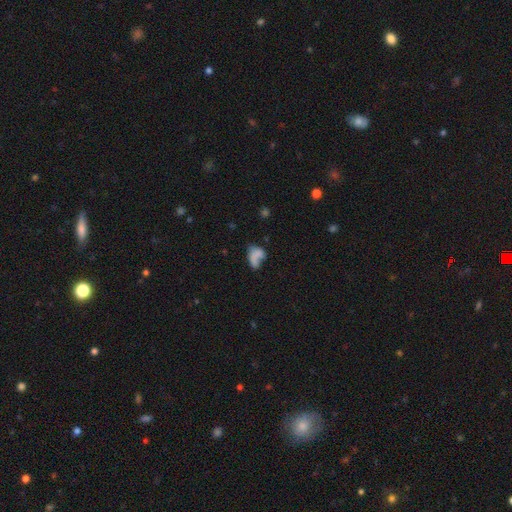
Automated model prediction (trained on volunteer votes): Smooth or featured: smooth — 62% (featured or disk — 26%)
How rounded: in between — 80% (round — 17%)
Merging: major disturbance — 31% (none — 29%)